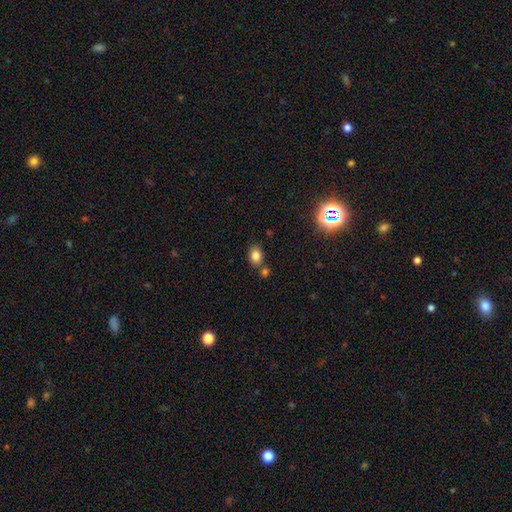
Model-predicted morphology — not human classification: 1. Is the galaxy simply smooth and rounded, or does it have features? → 82% smooth, 12% star or artifact, 7% featured or disk.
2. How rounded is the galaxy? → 73% in between, 25% round, 1% cigar-shaped.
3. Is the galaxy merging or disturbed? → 70% none, 15% merger, 12% minor disturbance, 3% major disturbance.